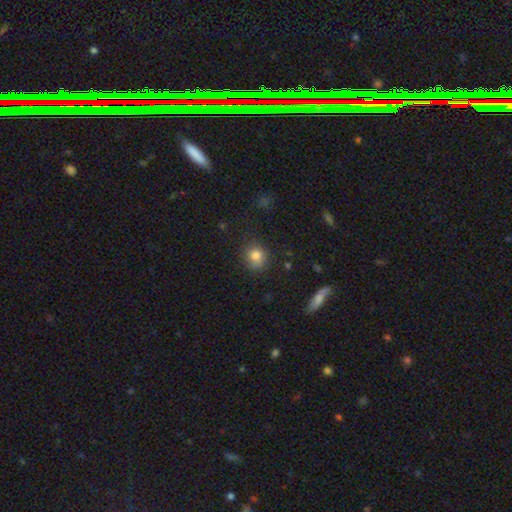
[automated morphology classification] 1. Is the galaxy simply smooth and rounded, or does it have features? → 82% smooth, 11% star or artifact, 7% featured or disk.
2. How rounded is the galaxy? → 80% round, 19% in between, 1% cigar-shaped.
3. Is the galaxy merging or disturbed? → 79% none, 15% minor disturbance, 4% major disturbance, 2% merger.